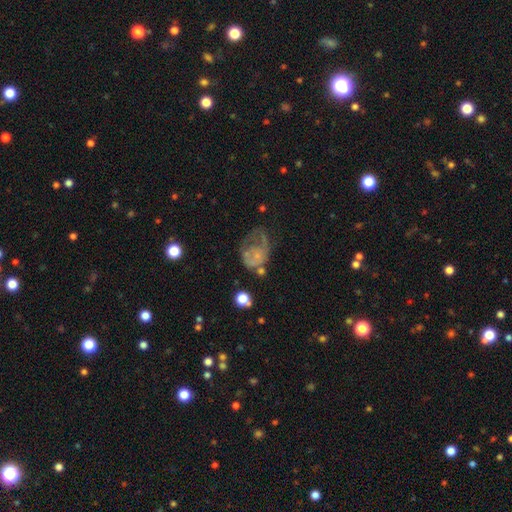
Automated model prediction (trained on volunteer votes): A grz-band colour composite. It shows a featured or disk galaxy (50%). Merging: major disturbance (48%).